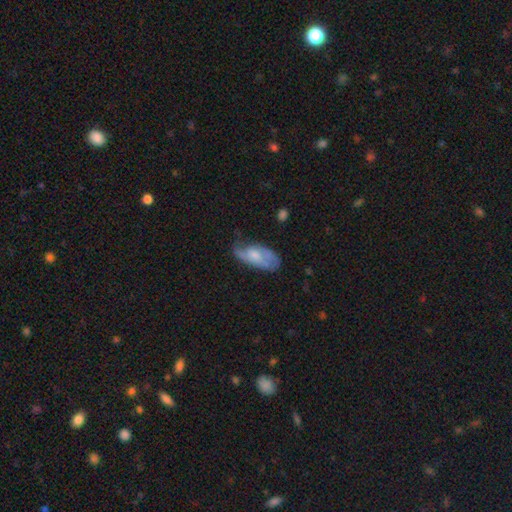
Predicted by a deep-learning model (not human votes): featured or disk 57%, smooth 36%, star or artifact 7%. Down the decision tree: edge-on disk — no (92%); bar — no (67%); spiral arms — yes (79%); bulge size — moderate (40%); merging — none (51%).